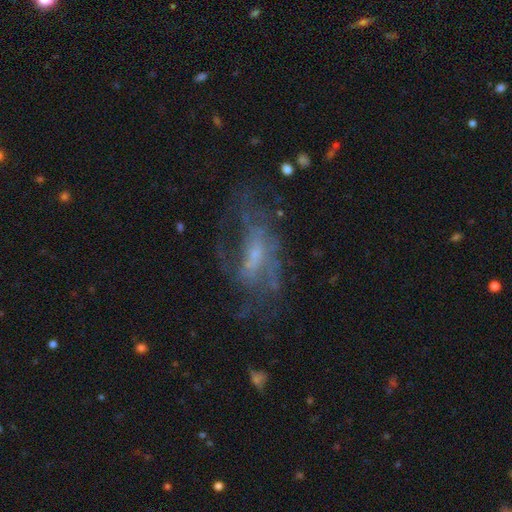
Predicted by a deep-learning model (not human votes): Smooth or featured?
  - featured or disk: 71% *
  - smooth: 17%
  - star or artifact: 12%
Edge-on disk?
  - no: 93% *
  - yes: 7%
Bar?
  - no: 46% *
  - weak: 40%
  - strong: 14%
Spiral arms?
  - yes: 67% *
  - no: 33%
Bulge size?
  - small: 62% *
  - moderate: 22%
  - none: 13%
  - large: 2%
  - dominant: 1%
Merging?
  - none: 51% *
  - major disturbance: 27%
  - minor disturbance: 19%
  - merger: 3%